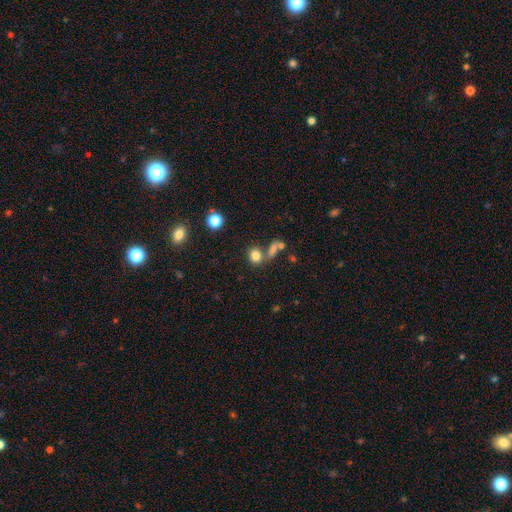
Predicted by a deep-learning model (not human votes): The model was most divided on "merging": none: 60%, merger: 24%, minor disturbance: 10%, major disturbance: 5%. More confident: smooth or featured — smooth (80%); how rounded — round (68%).